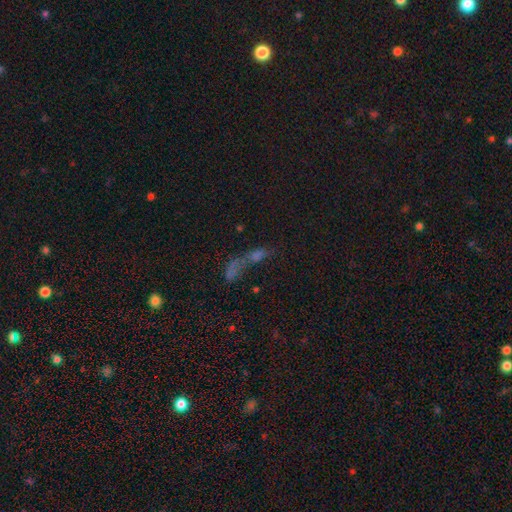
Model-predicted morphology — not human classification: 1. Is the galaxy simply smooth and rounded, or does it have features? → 40% smooth, 35% star or artifact, 24% featured or disk.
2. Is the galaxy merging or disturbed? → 51% merger, 22% none, 17% major disturbance, 9% minor disturbance.